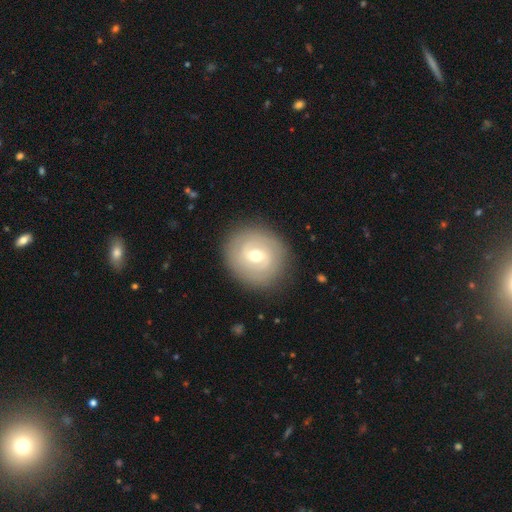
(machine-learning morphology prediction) Smooth or featured? Predicted: featured or disk (p=0.68). Edge-on disk? Predicted: no (p=0.97). Bar? Predicted: weak (p=0.50). Spiral arms? Predicted: yes (p=0.78). Spiral winding? Predicted: tight (p=0.66). Spiral arm count? Predicted: 2 (p=0.56). Bulge size? Predicted: moderate (p=0.61). Merging? Predicted: none (p=0.87).